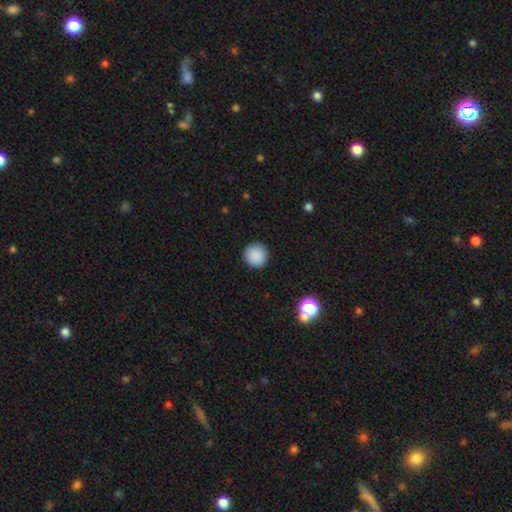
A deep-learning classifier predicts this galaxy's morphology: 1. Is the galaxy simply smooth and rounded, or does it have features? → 89% smooth, 9% star or artifact, 3% featured or disk.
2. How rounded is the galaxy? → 95% round, 4% in between, 1% cigar-shaped.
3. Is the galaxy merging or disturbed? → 92% none, 5% minor disturbance, 2% major disturbance, 1% merger.